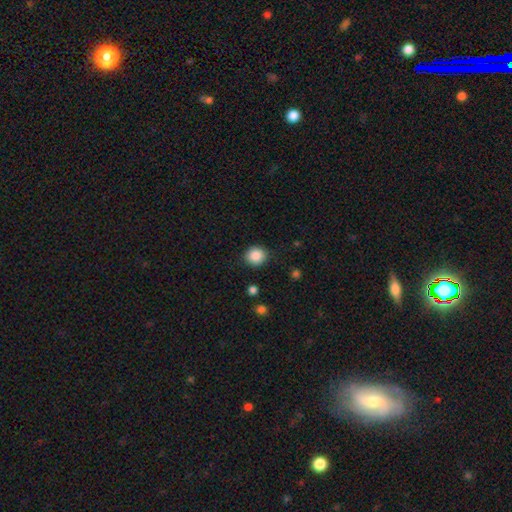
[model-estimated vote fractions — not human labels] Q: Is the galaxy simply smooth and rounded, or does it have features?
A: smooth — 88%.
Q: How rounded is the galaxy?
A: round — 89%.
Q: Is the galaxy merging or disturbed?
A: none — 88%.